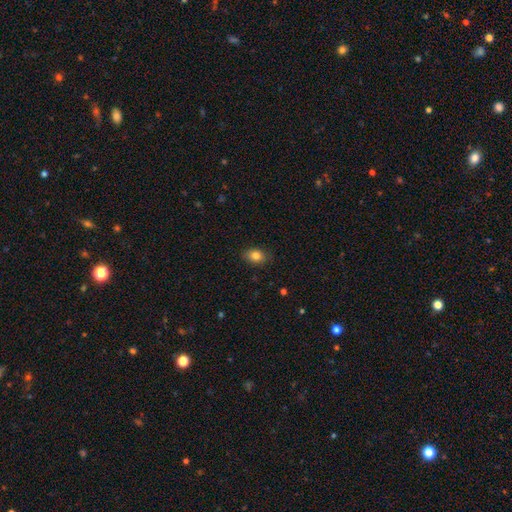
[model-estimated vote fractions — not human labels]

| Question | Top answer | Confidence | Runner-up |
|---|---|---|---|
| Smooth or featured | smooth | 82% | star or artifact (10%) |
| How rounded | in between | 73% | round (25%) |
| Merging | none | 84% | minor disturbance (13%) |